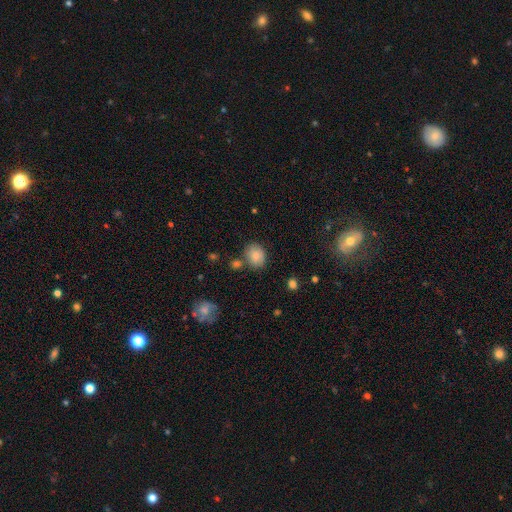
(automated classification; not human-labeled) A smooth galaxy with no disk features (83%) that is round (56%).

Vote fractions:
- Smooth or featured? smooth: 83% / star or artifact: 9% / featured or disk: 8%
- How rounded? round: 56% / in between: 43% / cigar-shaped: 1%
- Merging? none: 70% / minor disturbance: 15% / merger: 11% / major disturbance: 4%